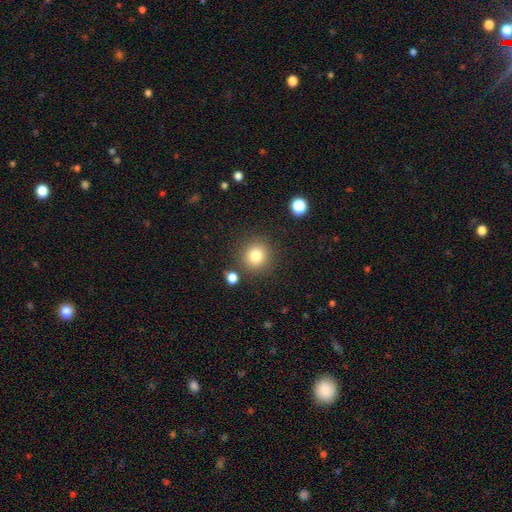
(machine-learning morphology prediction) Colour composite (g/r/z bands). It shows a smooth galaxy with no disk features (81%) that is round (91%). Merging: none (86%).